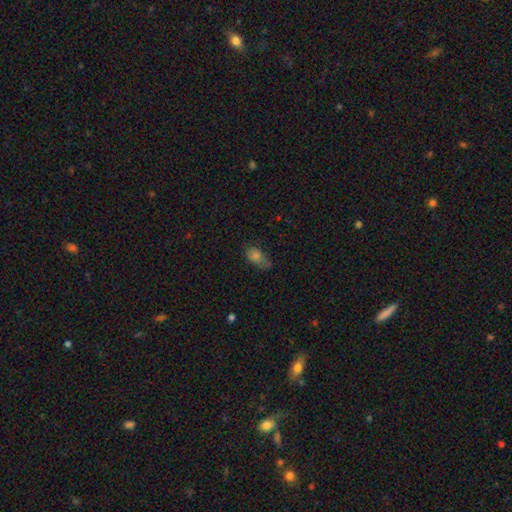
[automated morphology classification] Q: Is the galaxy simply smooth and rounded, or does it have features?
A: smooth — 72%.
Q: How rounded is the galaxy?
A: in between — 81%.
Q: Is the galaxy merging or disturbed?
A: none — 48%.